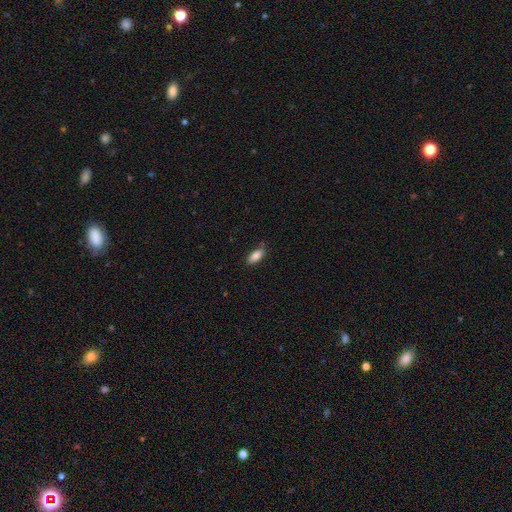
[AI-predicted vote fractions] smooth_or_featured: smooth (p=0.86) [alt: featured or disk p=0.07]
how_rounded: in between (p=0.84) [alt: cigar-shaped p=0.14]
merging: none (p=0.79) [alt: minor disturbance p=0.17]